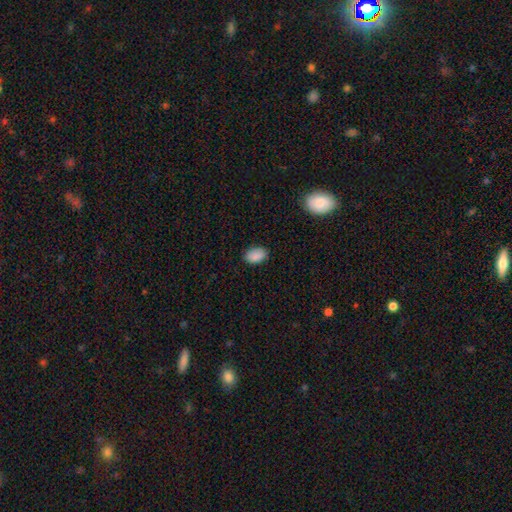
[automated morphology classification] This appears to be a smooth galaxy with no disk features (89%) that is in between round and cigar-shaped (90%). Merging: none (85%).